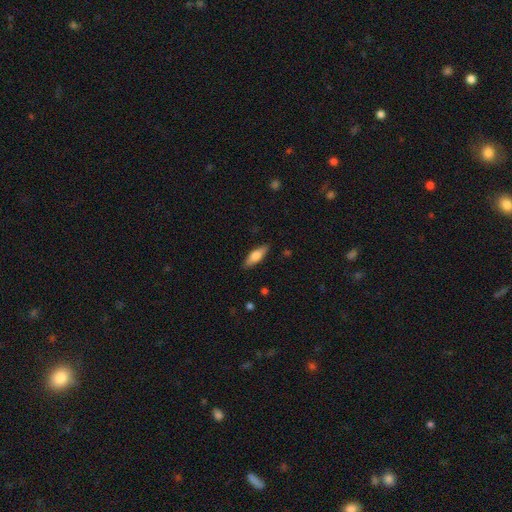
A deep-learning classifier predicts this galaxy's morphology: Smooth or featured: smooth — 67% (featured or disk — 27%)
How rounded: in between — 56% (cigar-shaped — 42%)
Merging: none — 87% (minor disturbance — 10%)